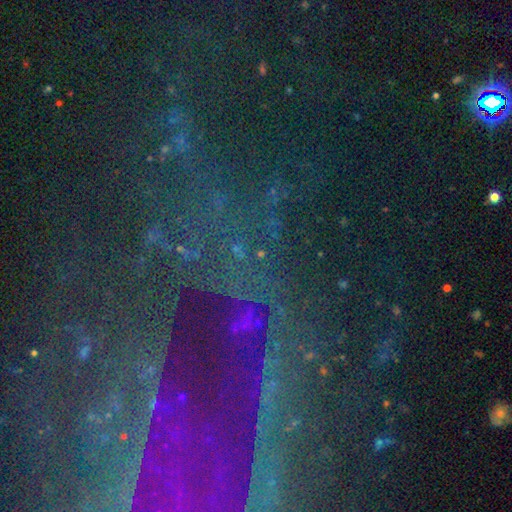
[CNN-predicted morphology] Smooth or featured: star or artifact — 74% (featured or disk — 15%)